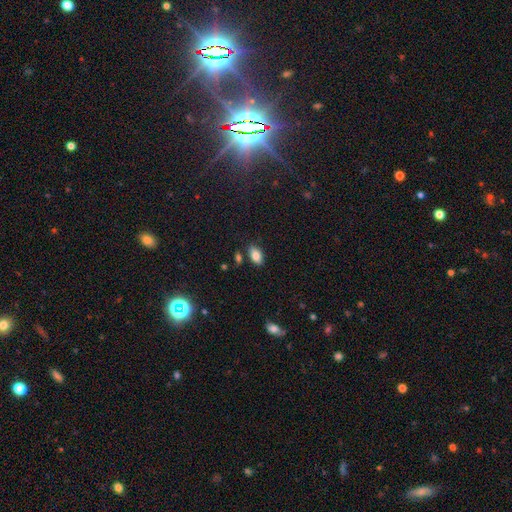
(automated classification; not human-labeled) The model was most divided on "merging": none: 80%, minor disturbance: 12%, merger: 5%, major disturbance: 3%. More confident: how rounded — in between (92%); smooth or featured — smooth (84%).